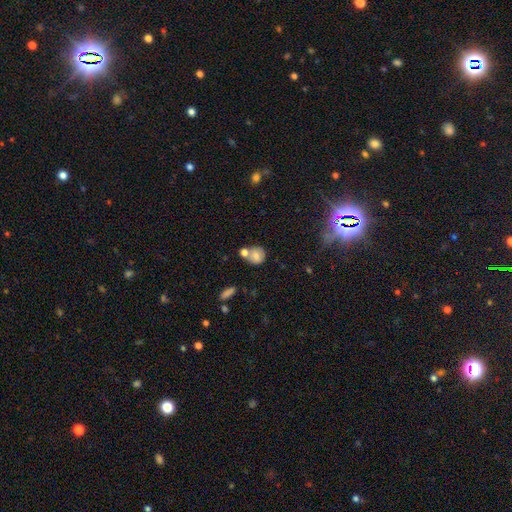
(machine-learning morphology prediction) Smooth or featured?
  - smooth: 73% *
  - featured or disk: 17%
  - star or artifact: 10%
How rounded?
  - round: 72% *
  - in between: 26%
  - cigar-shaped: 1%
Merging?
  - none: 47% *
  - merger: 33%
  - minor disturbance: 15%
  - major disturbance: 5%